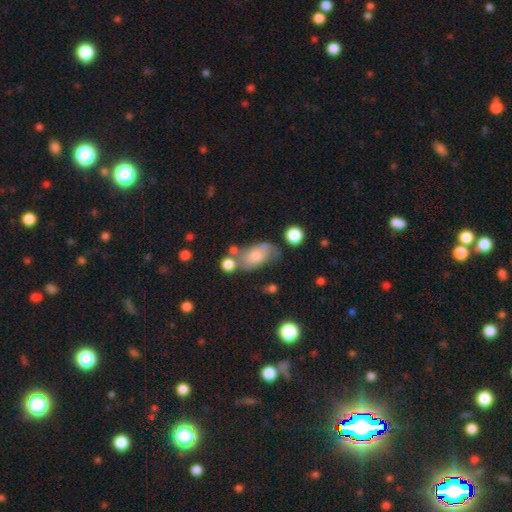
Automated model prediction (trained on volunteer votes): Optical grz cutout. It shows a smooth galaxy with no disk features (58%) that is in between round and cigar-shaped (88%). Merging: none (40%).